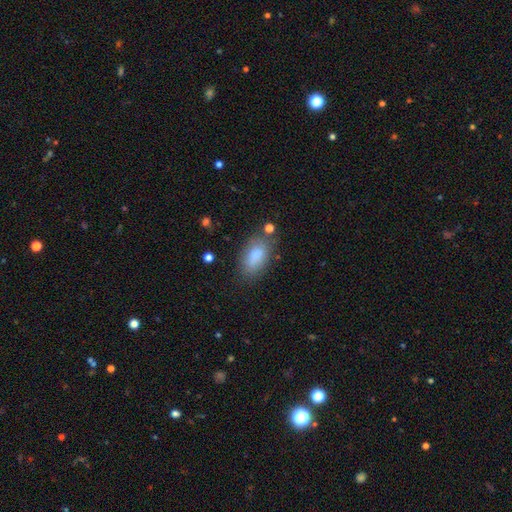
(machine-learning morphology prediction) Smooth or featured? smooth (84%)
How rounded? in between (91%)
Merging? none (72%)